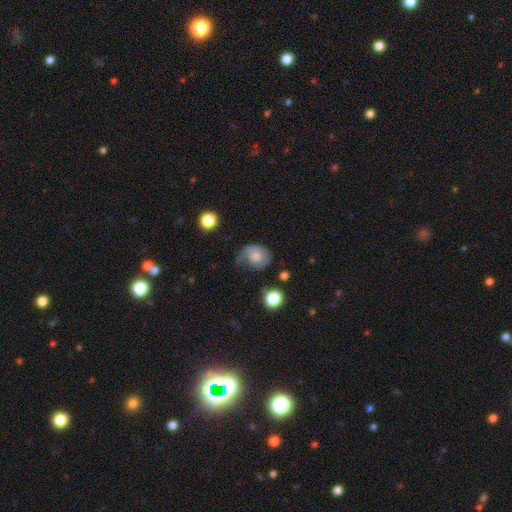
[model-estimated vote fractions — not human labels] smooth-or-featured: smooth: 55% | featured or disk: 36% | star or artifact: 8%
  how-rounded: round: 54% | in between: 45% | cigar-shaped: 1%
  merging: none: 37% | minor disturbance: 33% | major disturbance: 27% | merger: 3%